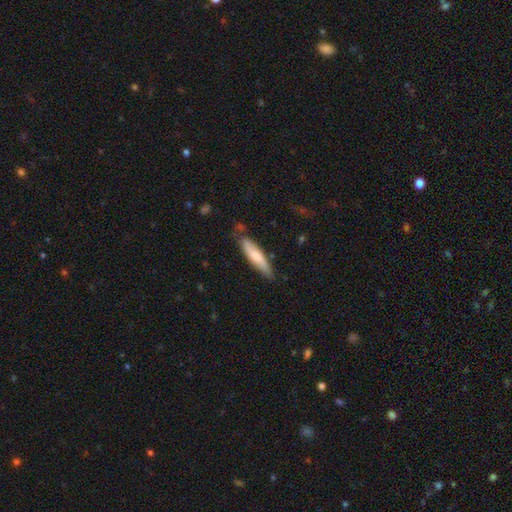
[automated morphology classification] Q: Smooth or featured?
A: smooth (69%); runner-up: featured or disk (26%)
Q: How rounded?
A: cigar-shaped (79%); runner-up: in between (19%)
Q: Merging?
A: none (74%); runner-up: minor disturbance (19%)